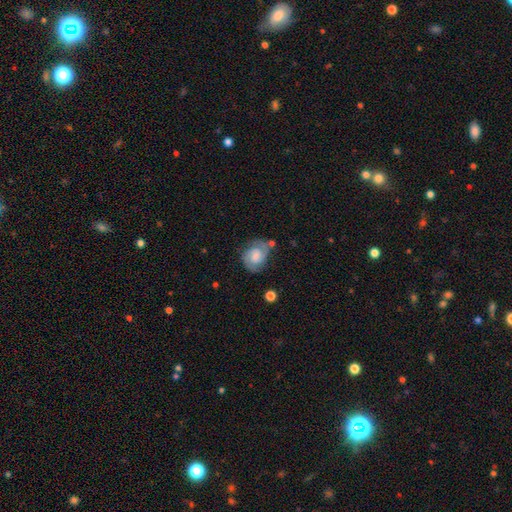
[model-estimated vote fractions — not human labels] A featured or disk galaxy (70%) with no bar (49%), 2 (82%) medium (45%) spiral arms (94%) and a moderate central bulge (33%). Merging: none (62%).